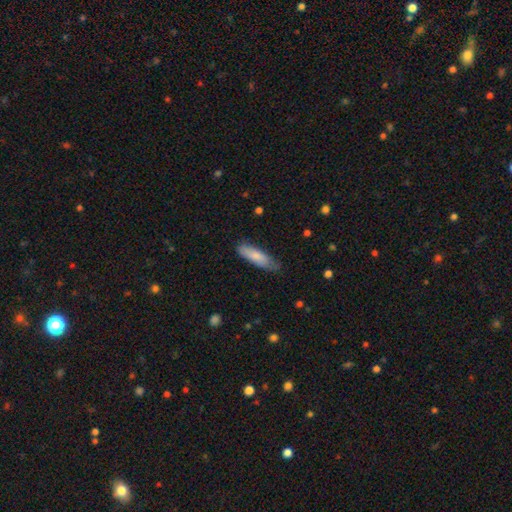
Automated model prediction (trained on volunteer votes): This appears to be a smooth galaxy with no disk features (79%) that is cigar-shaped (54%). Merging: none (69%).